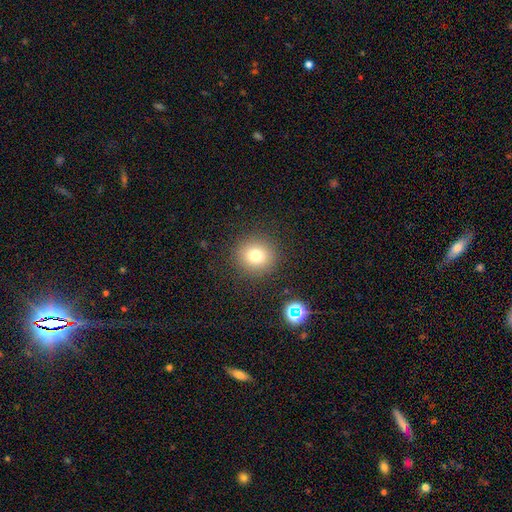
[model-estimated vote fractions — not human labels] Overall: smooth (76%). How rounded: round (92%). Merging: none (89%).